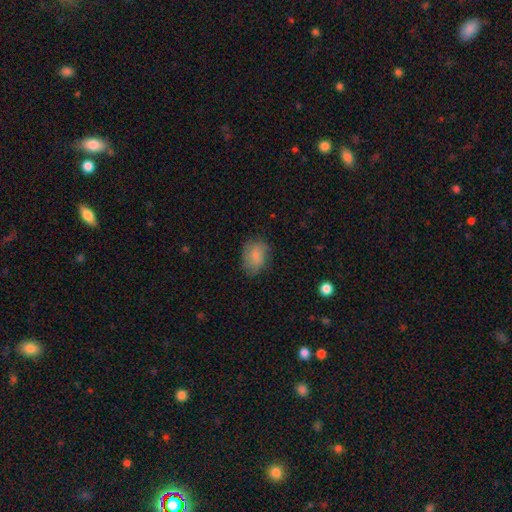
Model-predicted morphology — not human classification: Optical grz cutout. It shows a smooth galaxy with no disk features (77%) that is in between round and cigar-shaped (68%). Merging: none (70%).